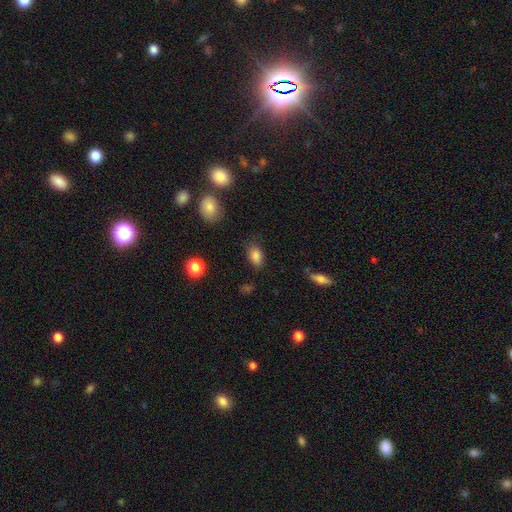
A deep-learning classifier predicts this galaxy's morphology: Smooth or featured? Predicted: smooth (p=0.84). How rounded? Predicted: in between (p=0.86). Merging? Predicted: none (p=0.77).